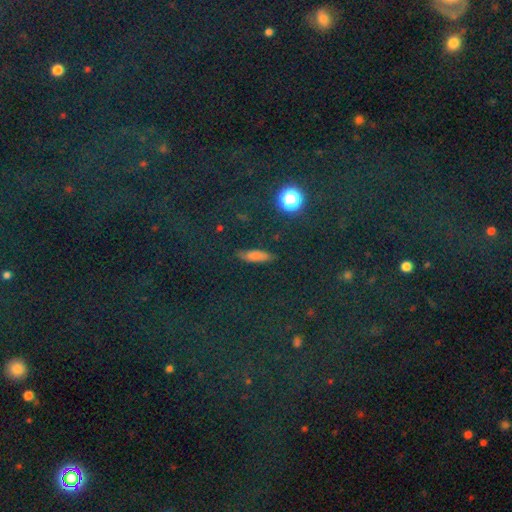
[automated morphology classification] smooth 66%, star or artifact 24%, featured or disk 11%. Down the decision tree: how rounded — cigar-shaped (61%); merging — none (81%).